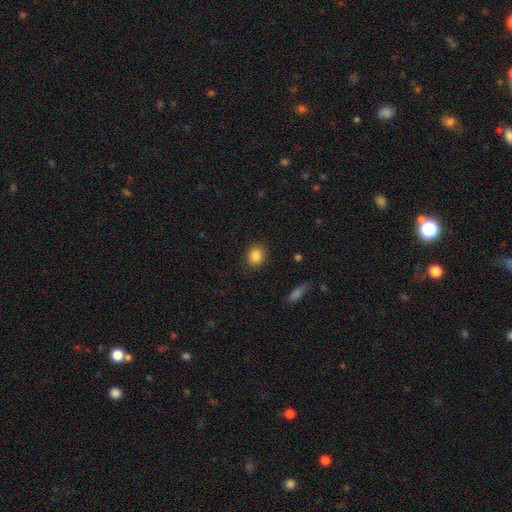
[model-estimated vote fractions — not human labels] Smooth or featured?
  - smooth: 86% *
  - star or artifact: 9%
  - featured or disk: 4%
How rounded?
  - round: 61% *
  - in between: 38%
  - cigar-shaped: 1%
Merging?
  - none: 87% *
  - minor disturbance: 9%
  - major disturbance: 3%
  - merger: 1%